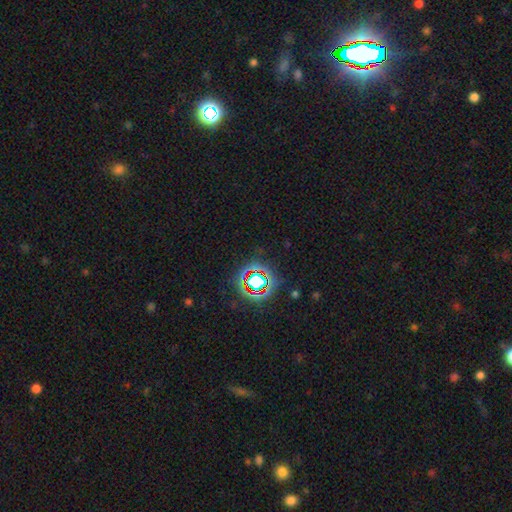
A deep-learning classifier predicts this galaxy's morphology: Smooth or featured? Predicted: star or artifact (p=0.76).